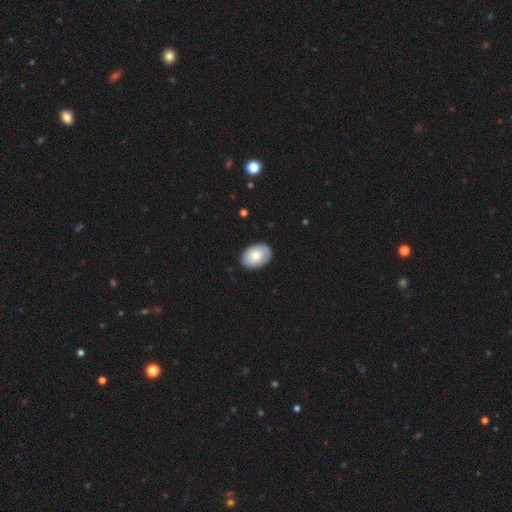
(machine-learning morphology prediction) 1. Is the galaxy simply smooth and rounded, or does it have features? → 76% smooth, 18% featured or disk, 6% star or artifact.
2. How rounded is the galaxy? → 85% in between, 14% round, 1% cigar-shaped.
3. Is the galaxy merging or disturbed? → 88% none, 9% minor disturbance, 2% major disturbance, 1% merger.